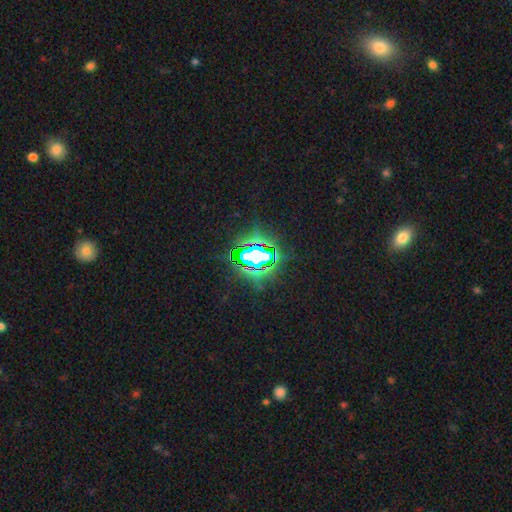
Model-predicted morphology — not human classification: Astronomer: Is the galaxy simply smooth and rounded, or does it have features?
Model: star or artifact — 78%.